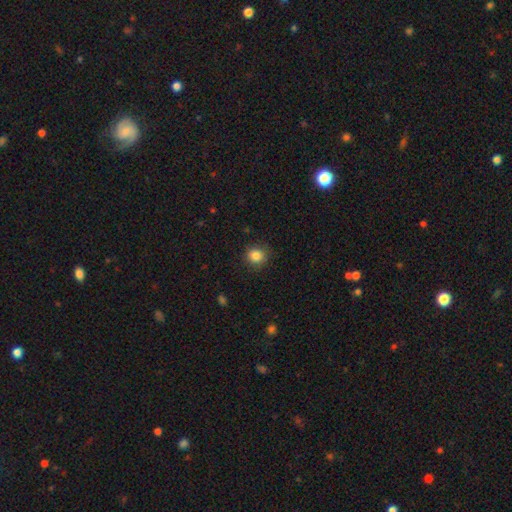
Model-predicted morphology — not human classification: Q: Smooth or featured?
A: smooth (85%); runner-up: star or artifact (11%)
Q: How rounded?
A: round (87%); runner-up: in between (12%)
Q: Merging?
A: none (86%); runner-up: minor disturbance (10%)